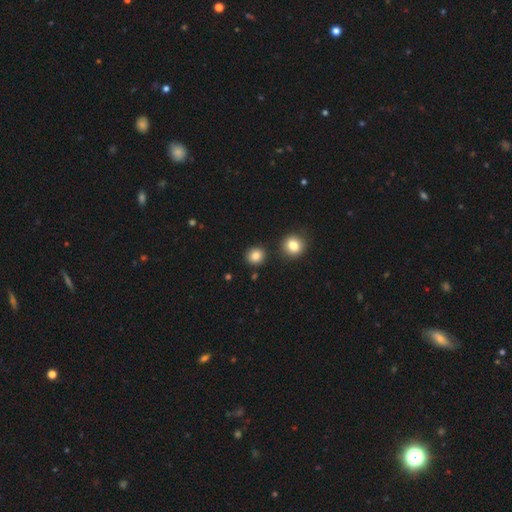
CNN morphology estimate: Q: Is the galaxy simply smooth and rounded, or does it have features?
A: smooth — 84%.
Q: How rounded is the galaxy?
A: round — 89%.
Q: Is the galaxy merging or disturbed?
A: none — 88%.